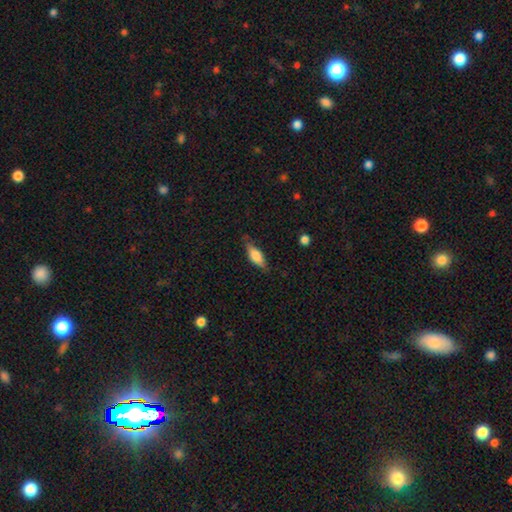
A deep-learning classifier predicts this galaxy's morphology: The model was most divided on "how rounded": in between: 60%, cigar-shaped: 37%, round: 3%. More confident: merging — none (73%); smooth or featured — smooth (67%).